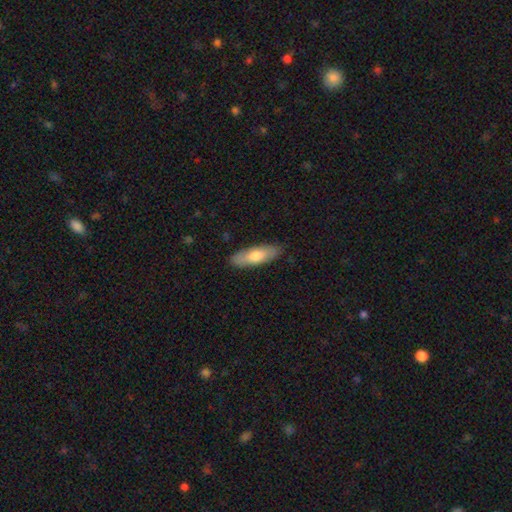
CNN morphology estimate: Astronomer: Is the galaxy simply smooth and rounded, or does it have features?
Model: smooth — 69%.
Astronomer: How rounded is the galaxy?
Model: in between — 52% (runner-up: cigar-shaped, 46%).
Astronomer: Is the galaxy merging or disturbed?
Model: none — 86%.